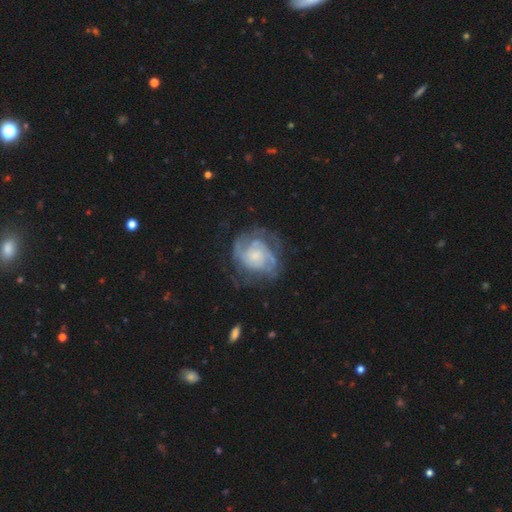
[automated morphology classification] Smooth or featured?
  - featured or disk: 81% *
  - smooth: 13%
  - star or artifact: 6%
Edge-on disk?
  - no: 98% *
  - yes: 2%
Bar?
  - no: 72% *
  - weak: 24%
  - strong: 4%
Spiral arms?
  - yes: 91% *
  - no: 9%
Spiral winding?
  - tight: 54% *
  - medium: 35%
  - loose: 11%
Spiral arm count?
  - 2: 36% *
  - can't tell: 32%
  - 3: 16%
  - 4: 6%
  - 1: 5%
  - more than 4: 5%
Bulge size?
  - small: 45% *
  - moderate: 32%
  - none: 12%
  - large: 10%
  - dominant: 2%
Merging?
  - none: 63% *
  - minor disturbance: 20%
  - major disturbance: 15%
  - merger: 2%